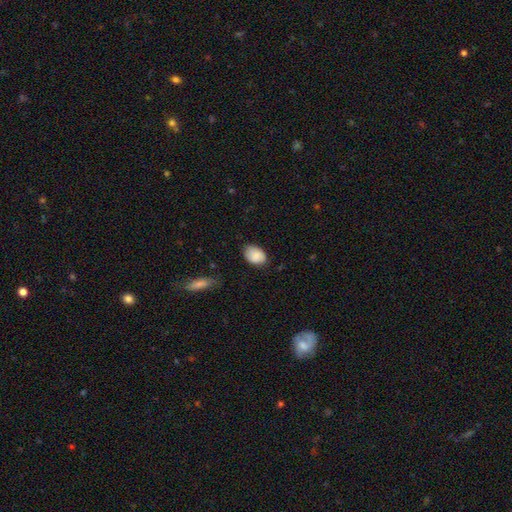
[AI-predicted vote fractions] smooth-or-featured: smooth: 88% | star or artifact: 7% | featured or disk: 5%
  how-rounded: in between: 80% | round: 19% | cigar-shaped: 1%
  merging: none: 74% | minor disturbance: 21% | major disturbance: 3% | merger: 1%